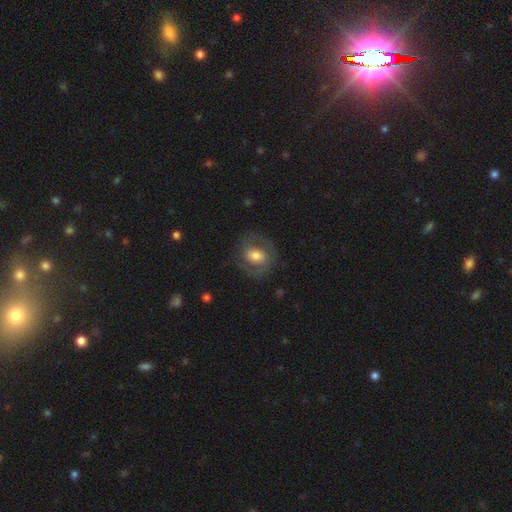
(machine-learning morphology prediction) Smooth or featured? featured or disk (55%)
Edge-on disk? no (96%)
Bar? no (52%)
Spiral arms? yes (64%)
Bulge size? moderate (60%)
Merging? none (77%)